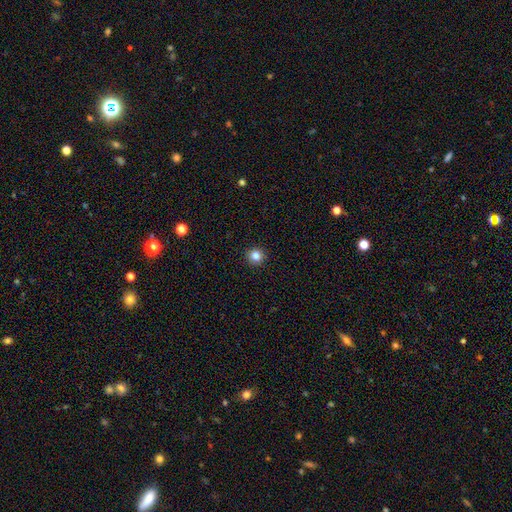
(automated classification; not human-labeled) Smooth or featured? smooth (84%)
How rounded? round (93%)
Merging? none (93%)